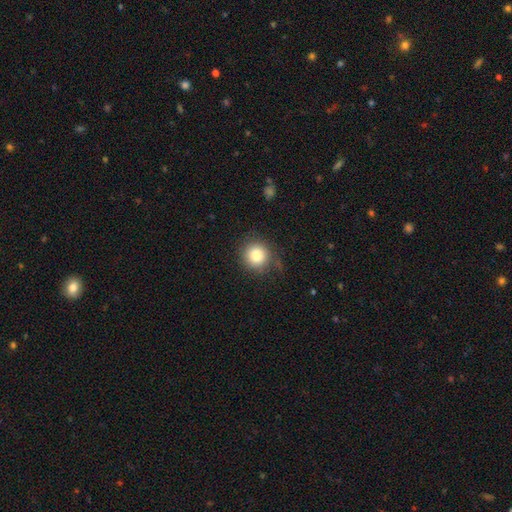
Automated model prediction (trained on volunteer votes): Smooth or featured?
  - smooth: 81% *
  - star or artifact: 10%
  - featured or disk: 8%
How rounded?
  - round: 92% *
  - in between: 7%
  - cigar-shaped: 1%
Merging?
  - none: 78% *
  - minor disturbance: 15%
  - major disturbance: 5%
  - merger: 2%